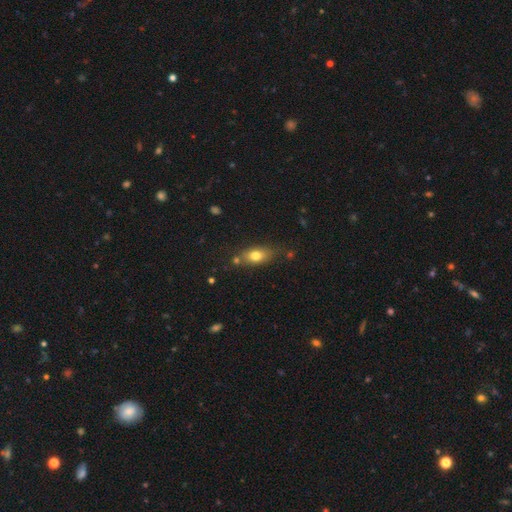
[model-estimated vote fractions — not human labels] This appears to be a smooth galaxy with no disk features (75%) that is in between round and cigar-shaped (78%). Merging: none (68%).